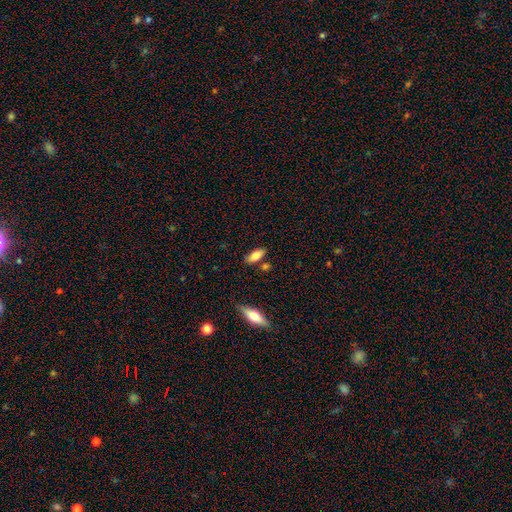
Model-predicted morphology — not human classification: smooth 80%, featured or disk 13%, star or artifact 7%. Down the decision tree: how rounded — in between (80%); merging — none (77%).